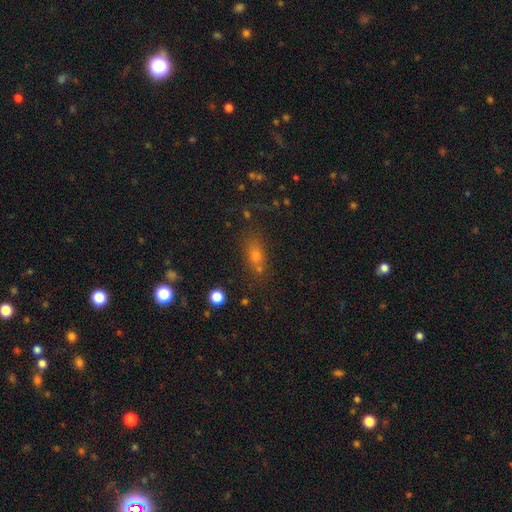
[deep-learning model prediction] Overall: smooth (62%; star or artifact 24%). How rounded: in between (60%; cigar-shaped 23%). Merging: none (67%).